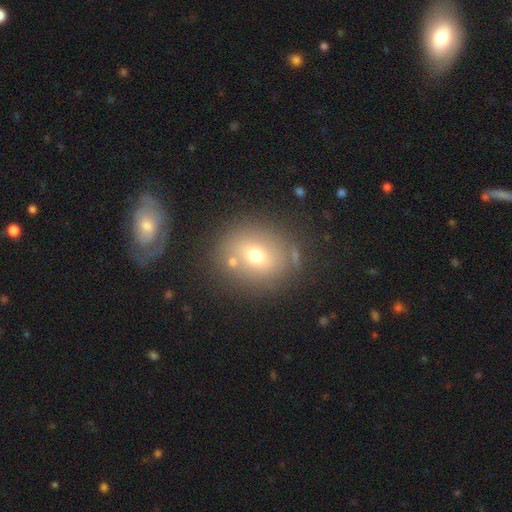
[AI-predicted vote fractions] Overall: smooth (64%). How rounded: round (71%). Merging: none (74%).